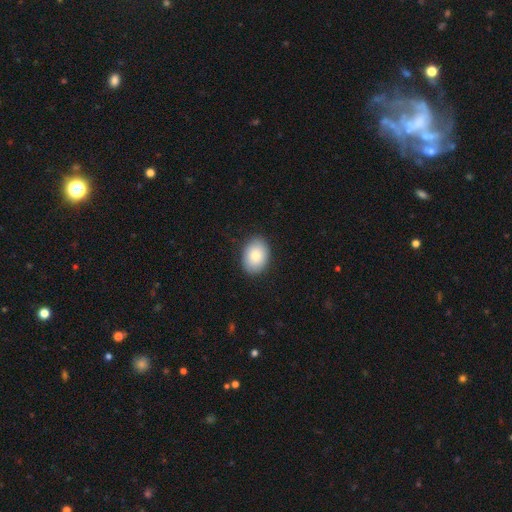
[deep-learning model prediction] Q: Smooth or featured?
A: smooth (82%); runner-up: featured or disk (11%)
Q: How rounded?
A: in between (74%); runner-up: round (25%)
Q: Merging?
A: none (87%); runner-up: minor disturbance (9%)